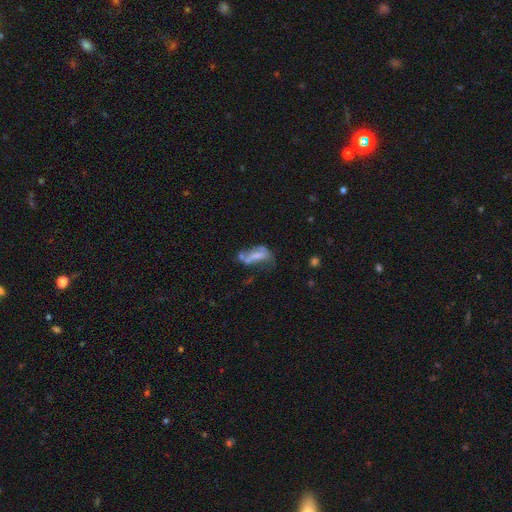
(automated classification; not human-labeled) A featured or disk galaxy (45%). Merging: major disturbance (34%).